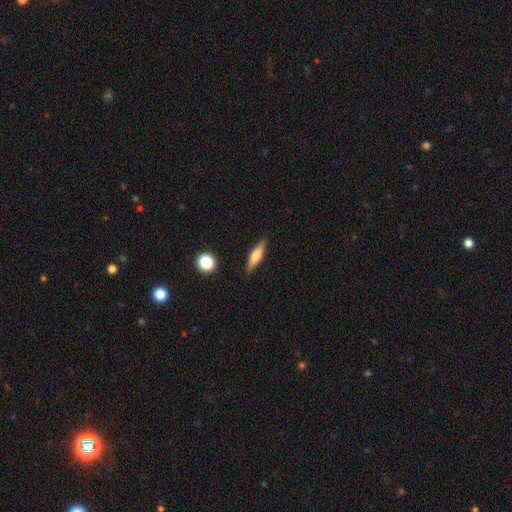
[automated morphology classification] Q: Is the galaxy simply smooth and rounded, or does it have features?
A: smooth — 56%.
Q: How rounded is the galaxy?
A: cigar-shaped — 68%.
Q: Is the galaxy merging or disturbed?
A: none — 87%.